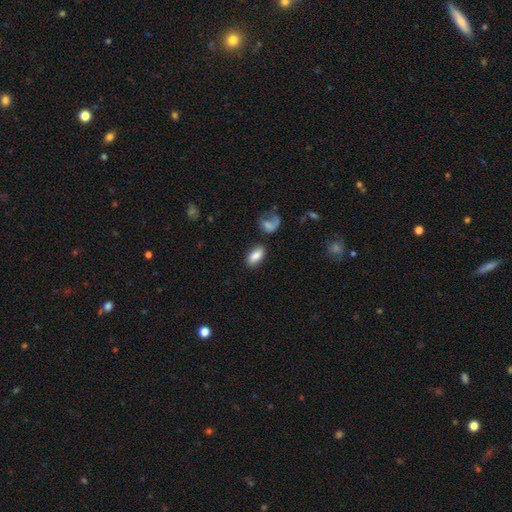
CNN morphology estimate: type=smooth (84%); roundness=in between (91%); merging=none (76%).